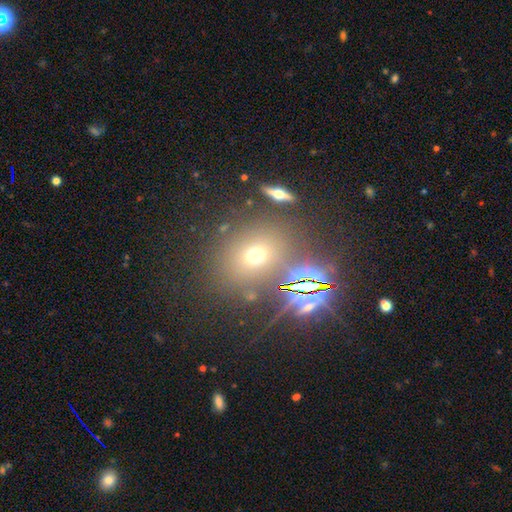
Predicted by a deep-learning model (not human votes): Smooth or featured?
  - smooth: 51% *
  - star or artifact: 35%
  - featured or disk: 14%
How rounded?
  - round: 66% *
  - in between: 32%
  - cigar-shaped: 2%
Merging?
  - none: 77% *
  - minor disturbance: 11%
  - merger: 7%
  - major disturbance: 6%